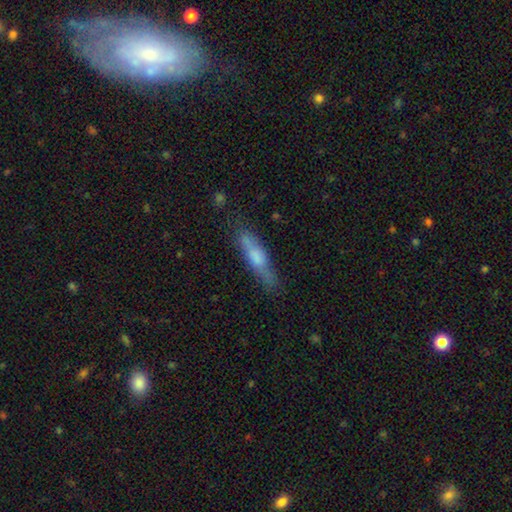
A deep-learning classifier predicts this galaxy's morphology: A smooth galaxy with no disk features (58%) that is cigar-shaped (78%). Merging: none (71%).